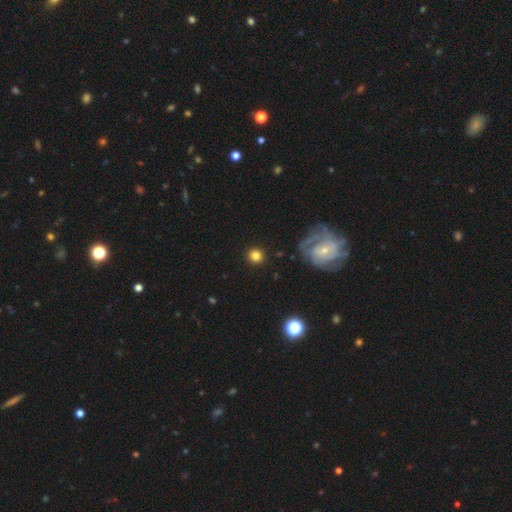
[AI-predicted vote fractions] A smooth galaxy with no disk features (81%) that is round (93%). Merging: none (90%).